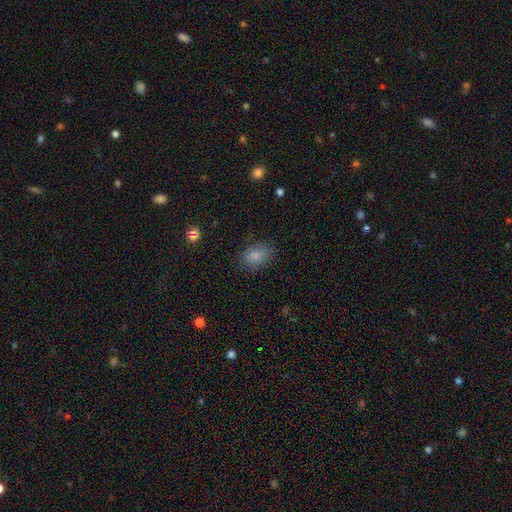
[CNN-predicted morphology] Overall: smooth (83%). How rounded: in between (80%). Merging: none (81%).